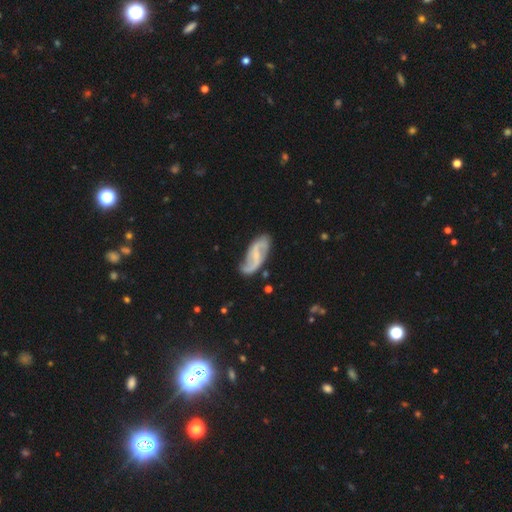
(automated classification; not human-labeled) This appears to be a featured or disk galaxy (84%) with a weak bar (49%), 2 (91%) loose (52%) spiral arms (95%) and a small central bulge (51%). Merging: none (75%).